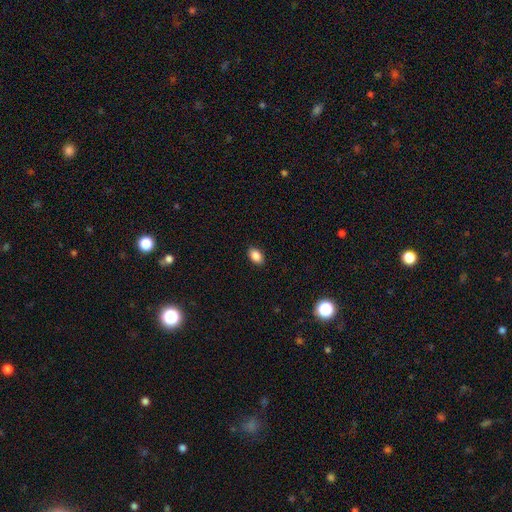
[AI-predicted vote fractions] A smooth galaxy with no disk features (87%) that is in between round and cigar-shaped (87%). Merging: none (89%).